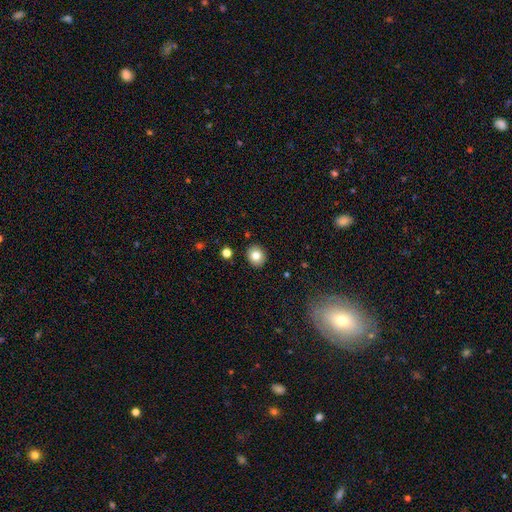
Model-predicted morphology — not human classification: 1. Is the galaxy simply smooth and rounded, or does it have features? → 79% smooth, 11% featured or disk, 10% star or artifact.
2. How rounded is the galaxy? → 78% round, 21% in between, 1% cigar-shaped.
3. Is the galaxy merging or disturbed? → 91% none, 6% minor disturbance, 2% major disturbance, 1% merger.